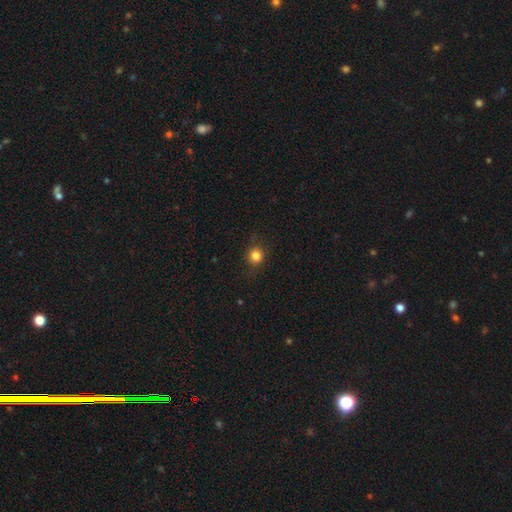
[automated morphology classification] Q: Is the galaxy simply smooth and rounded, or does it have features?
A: smooth — 82%.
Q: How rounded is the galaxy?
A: round — 86%.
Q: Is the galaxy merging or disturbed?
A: none — 84%.